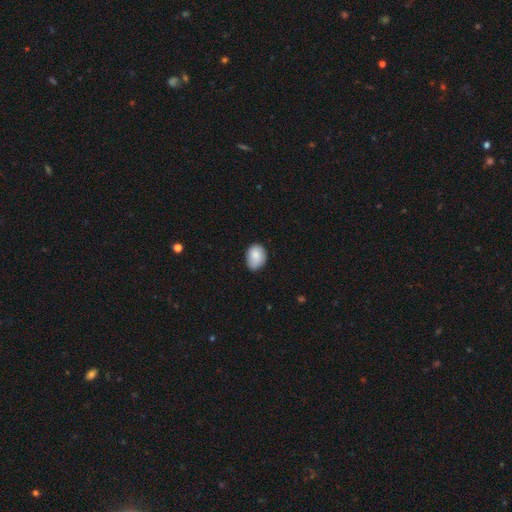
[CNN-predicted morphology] Smooth or featured? smooth (85%)
How rounded? in between (69%)
Merging? none (73%)